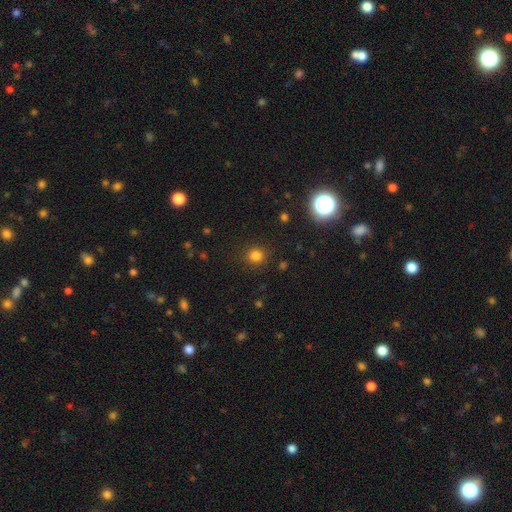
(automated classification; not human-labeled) Overall: smooth (80%). How rounded: round (91%). Merging: none (89%).